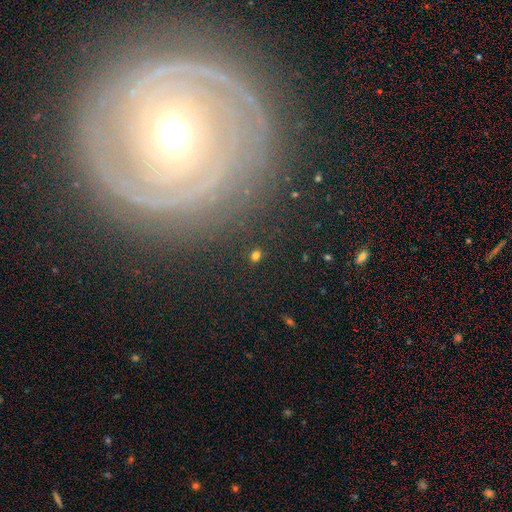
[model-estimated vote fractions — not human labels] Morphology: type=smooth (71%); roundness=in between (54%); merging=none (86%).